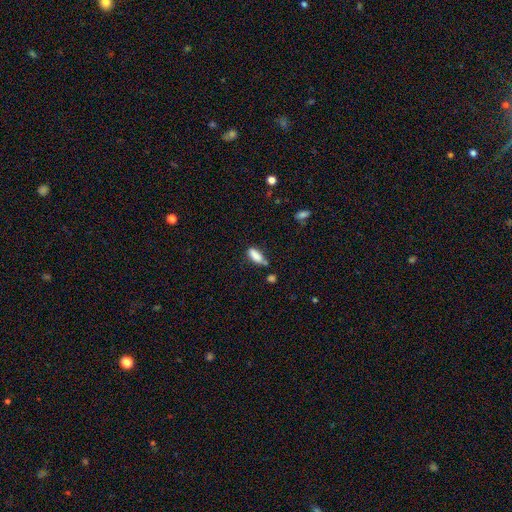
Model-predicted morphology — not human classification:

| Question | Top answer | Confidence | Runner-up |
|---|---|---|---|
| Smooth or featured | smooth | 84% | star or artifact (8%) |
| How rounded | in between | 71% | cigar-shaped (26%) |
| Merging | none | 57% | minor disturbance (25%) |